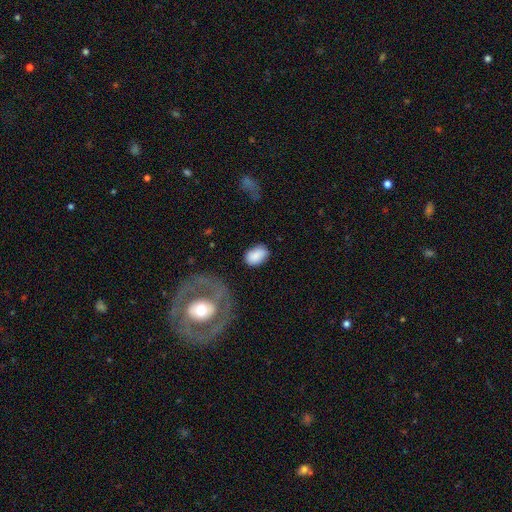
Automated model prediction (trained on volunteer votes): Smooth or featured? smooth (83%)
How rounded? in between (83%)
Merging? none (69%)